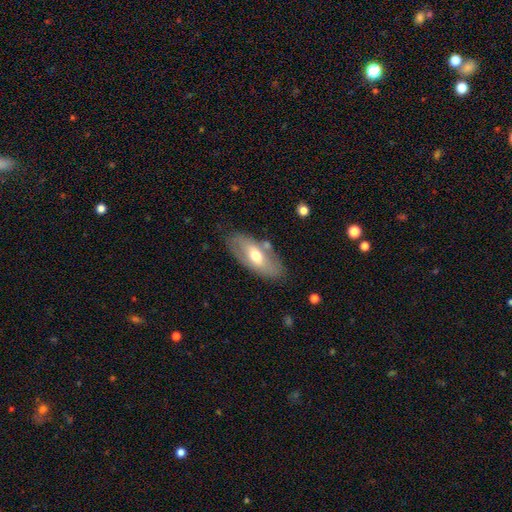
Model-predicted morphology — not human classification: This is possibly a smooth galaxy (51%). How rounded: clearly in between (86%). Merging: likely none (74%).